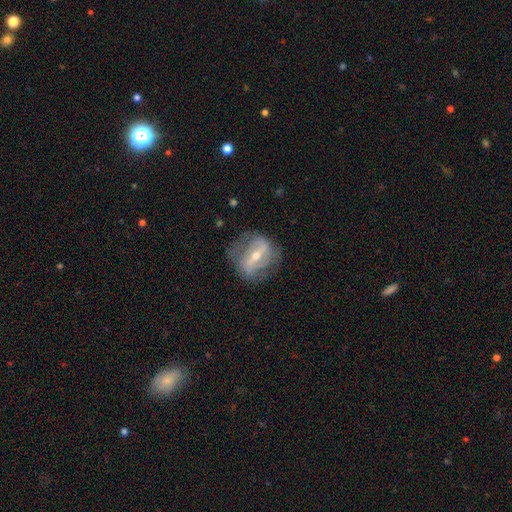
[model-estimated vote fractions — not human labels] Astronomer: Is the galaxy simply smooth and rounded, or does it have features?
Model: featured or disk — 79%.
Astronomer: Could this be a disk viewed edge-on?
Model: no — 93%.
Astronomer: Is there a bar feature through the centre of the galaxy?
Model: strong — 60%.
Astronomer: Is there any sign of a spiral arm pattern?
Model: yes — 78%.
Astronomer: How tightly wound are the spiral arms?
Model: medium — 40% (runner-up: loose, 32%).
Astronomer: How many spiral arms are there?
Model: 2 — 70%.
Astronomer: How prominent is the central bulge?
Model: moderate — 49% (runner-up: small, 48%).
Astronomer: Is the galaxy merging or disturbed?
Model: none — 67%.